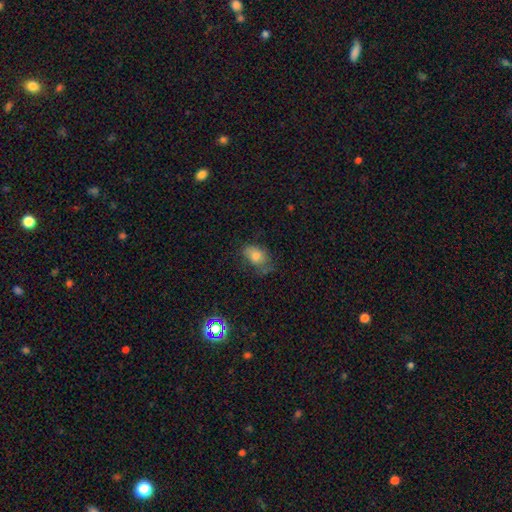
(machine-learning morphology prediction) smooth_or_featured: smooth (p=0.71) [alt: featured or disk p=0.15]
how_rounded: in between (p=0.81) [alt: round p=0.17]
merging: none (p=0.52) [alt: minor disturbance p=0.31]